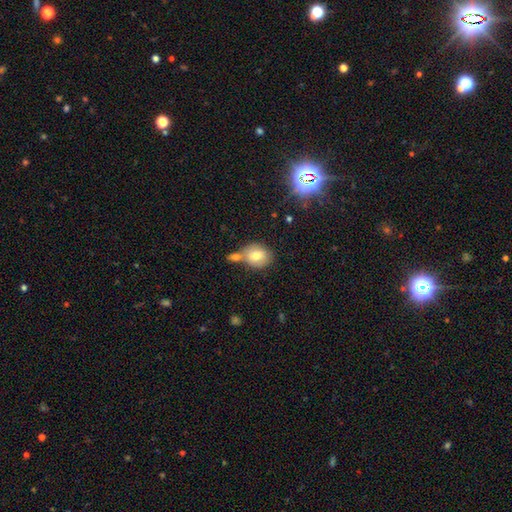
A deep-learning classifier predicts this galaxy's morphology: smooth 74%, featured or disk 16%, star or artifact 10%. Down the decision tree: how rounded — round (64%); merging — none (52%).